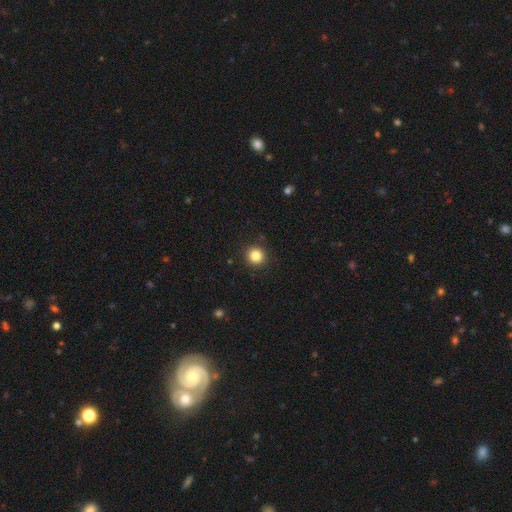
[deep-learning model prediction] Smooth or featured? Predicted: smooth (p=0.83). How rounded? Predicted: round (p=0.94). Merging? Predicted: none (p=0.92).